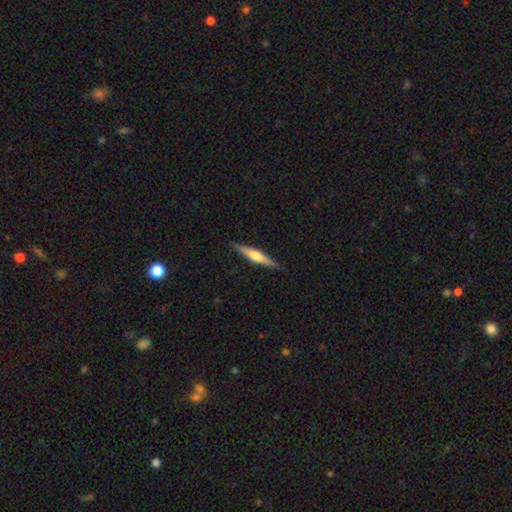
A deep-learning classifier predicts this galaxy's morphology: A featured or disk galaxy (60%) viewed edge-on (97%) with a rounded central bulge (83%).

Vote fractions:
- Smooth or featured? featured or disk: 60% / smooth: 34% / star or artifact: 5%
- Edge-on disk? yes: 97% / no: 3%
- Edge-on bulge? rounded: 83% / boxy: 11% / none: 7%
- Merging? none: 89% / minor disturbance: 9% / major disturbance: 2% / merger: 1%